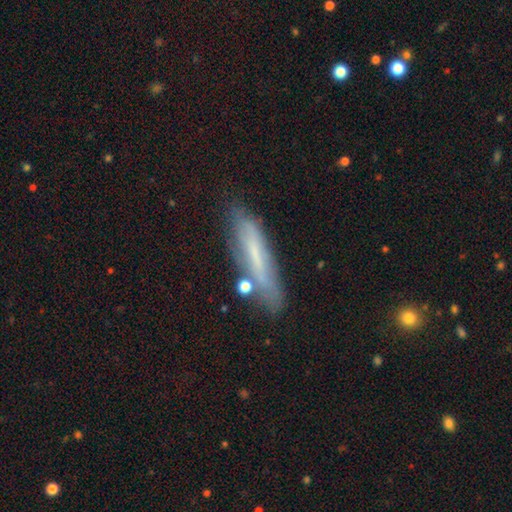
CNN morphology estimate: Q: Smooth or featured?
A: smooth (49%); runner-up: featured or disk (41%)
Q: Merging?
A: none (69%); runner-up: minor disturbance (20%)